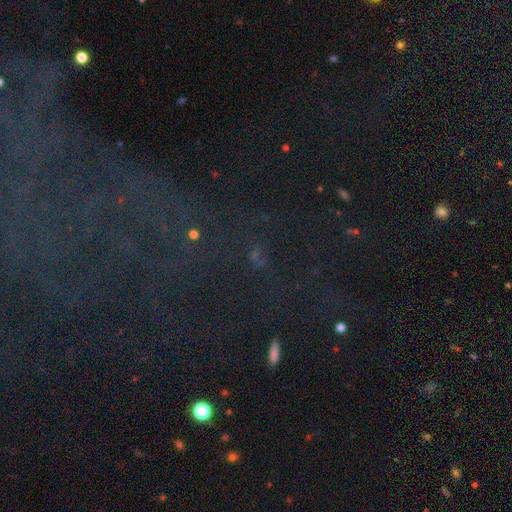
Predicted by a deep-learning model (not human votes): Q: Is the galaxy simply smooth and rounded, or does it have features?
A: star or artifact — 67%.